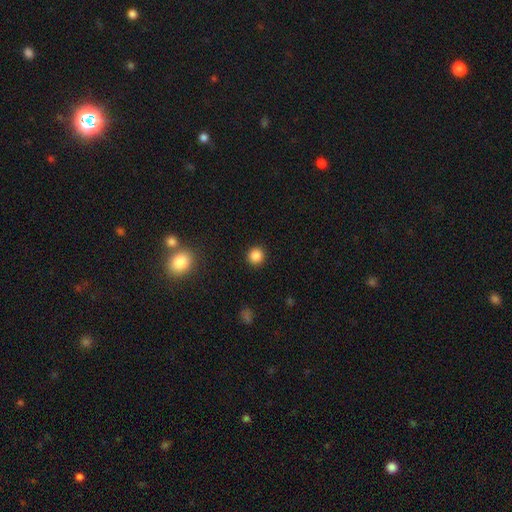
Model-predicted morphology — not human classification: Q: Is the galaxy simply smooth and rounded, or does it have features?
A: smooth — 86%.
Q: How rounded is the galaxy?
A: round — 94%.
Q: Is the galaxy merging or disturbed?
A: none — 93%.